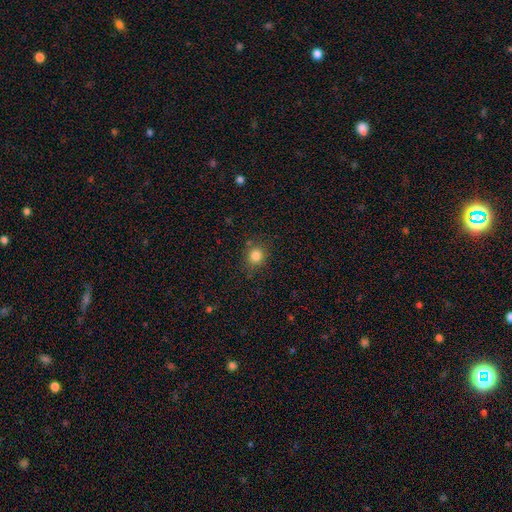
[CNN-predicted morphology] Smooth or featured: smooth — 84% (star or artifact — 12%)
How rounded: round — 82% (in between — 17%)
Merging: none — 83% (minor disturbance — 11%)